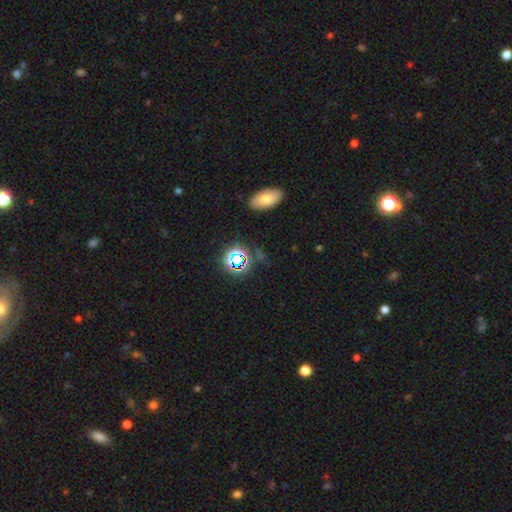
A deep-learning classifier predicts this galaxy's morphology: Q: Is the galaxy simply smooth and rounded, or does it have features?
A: star or artifact — 45%.